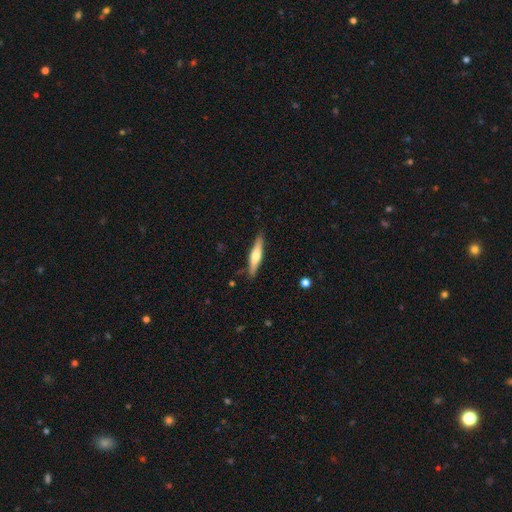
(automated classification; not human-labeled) Morphology: type=featured or disk (52%); edge-on=yes (95%); merging=none (88%).